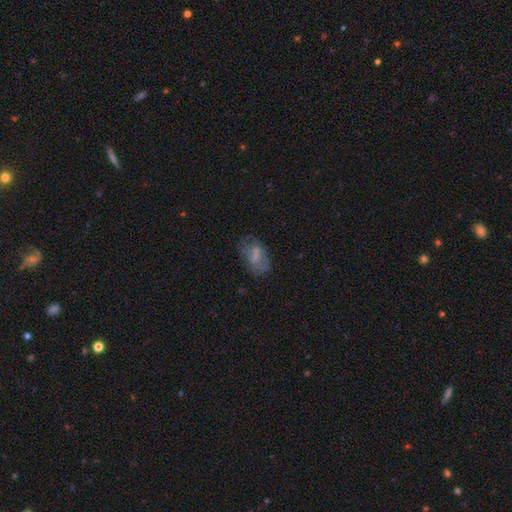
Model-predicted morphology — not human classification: type=smooth (50%); roundness=in between (87%); merging=none (54%).